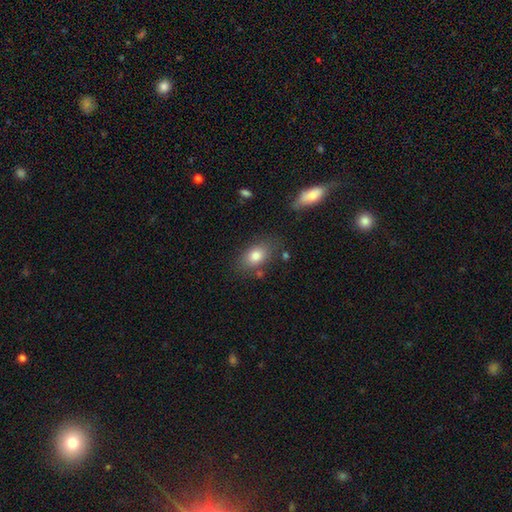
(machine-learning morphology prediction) Smooth or featured?
  - smooth: 80% *
  - featured or disk: 11%
  - star or artifact: 9%
How rounded?
  - in between: 83% *
  - round: 15%
  - cigar-shaped: 2%
Merging?
  - none: 75% *
  - minor disturbance: 15%
  - merger: 5%
  - major disturbance: 5%